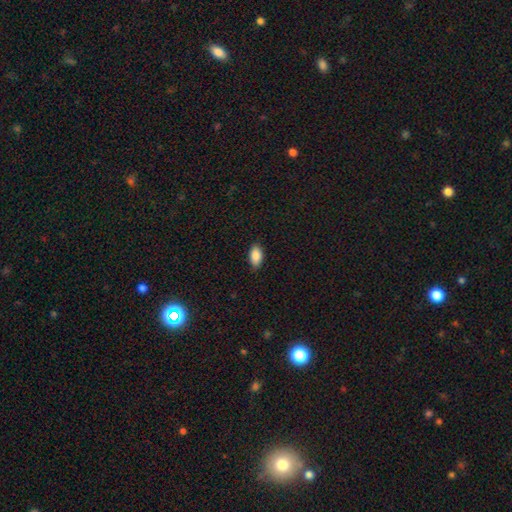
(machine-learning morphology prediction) Smooth or featured: smooth — 88% (star or artifact — 7%)
How rounded: in between — 93% (round — 4%)
Merging: none — 85% (minor disturbance — 12%)